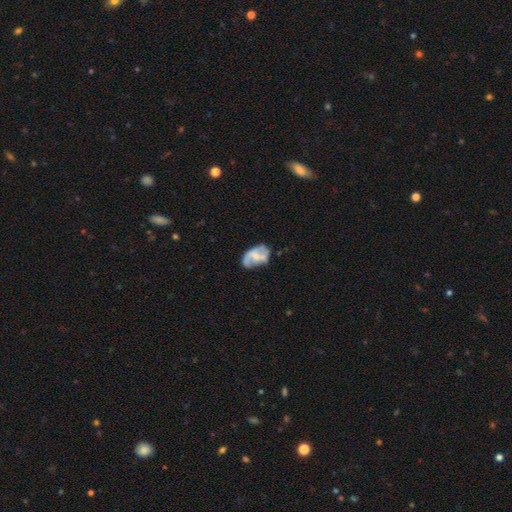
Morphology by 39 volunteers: This appears to be a featured or disk galaxy (54%) with no bar (95%), no spiral arms (57%) and a moderate central bulge (52%). Merging: none (28%, tied with merger).